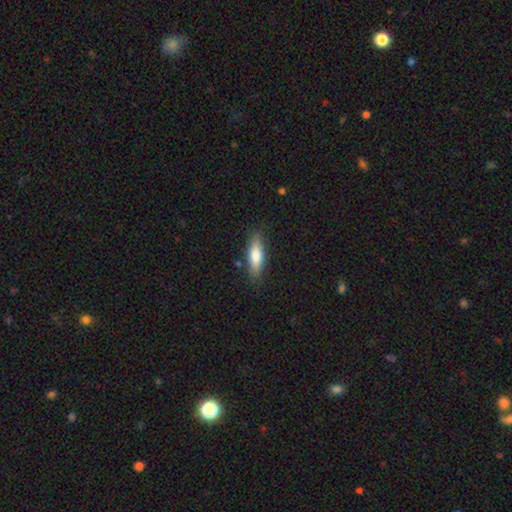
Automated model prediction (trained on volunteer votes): A smooth galaxy with no disk features (72%) that is cigar-shaped (49%, tied with in between). Merging: none (84%).